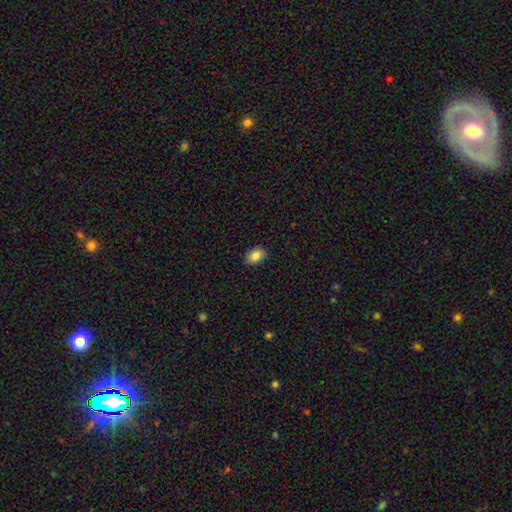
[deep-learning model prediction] Overall: smooth (85%). How rounded: in between (75%). Merging: none (88%).